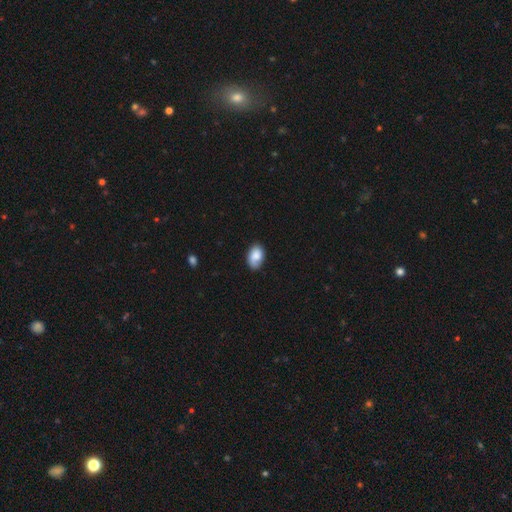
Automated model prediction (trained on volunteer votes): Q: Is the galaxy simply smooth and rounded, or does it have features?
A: smooth — 83%.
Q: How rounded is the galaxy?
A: in between — 88%.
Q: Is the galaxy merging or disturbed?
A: none — 73%.